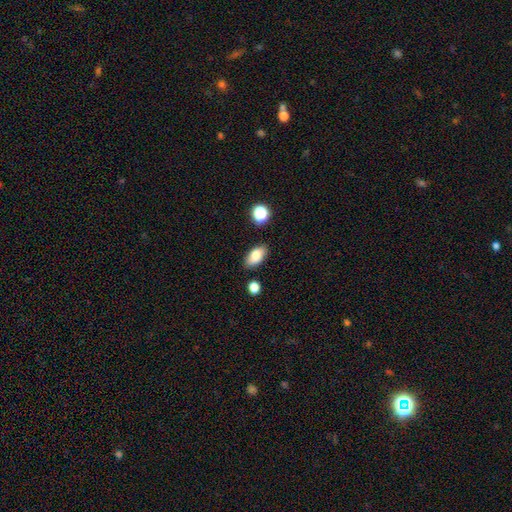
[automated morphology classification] Smooth or featured? Predicted: smooth (p=0.81). How rounded? Predicted: in between (p=0.91). Merging? Predicted: none (p=0.85).